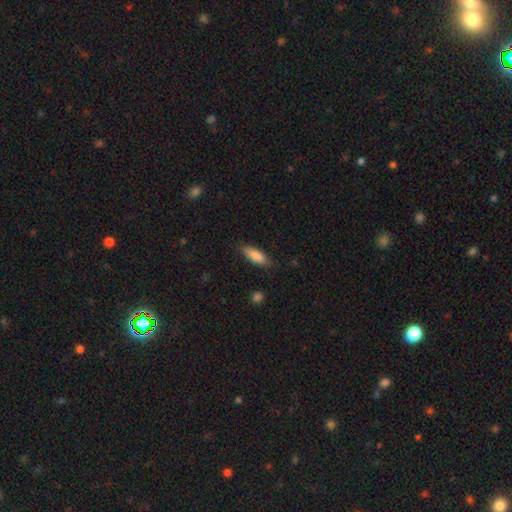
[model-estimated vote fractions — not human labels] Smooth or featured? smooth (86%)
How rounded? in between (57%)
Merging? none (83%)